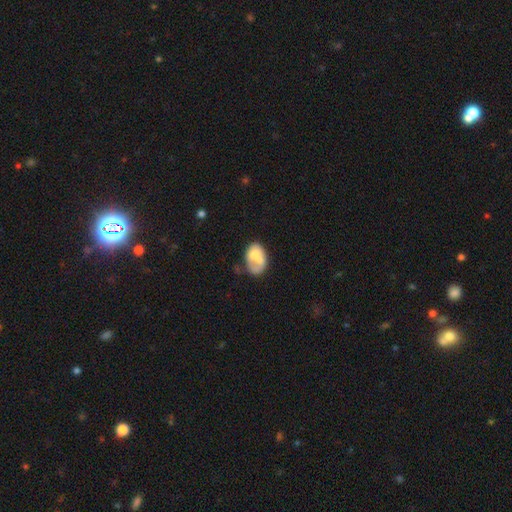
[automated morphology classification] smooth-or-featured: smooth: 56% | featured or disk: 36% | star or artifact: 8%
  how-rounded: in between: 81% | round: 18% | cigar-shaped: 1%
  merging: merger: 37% | none: 25% | minor disturbance: 20% | major disturbance: 17%